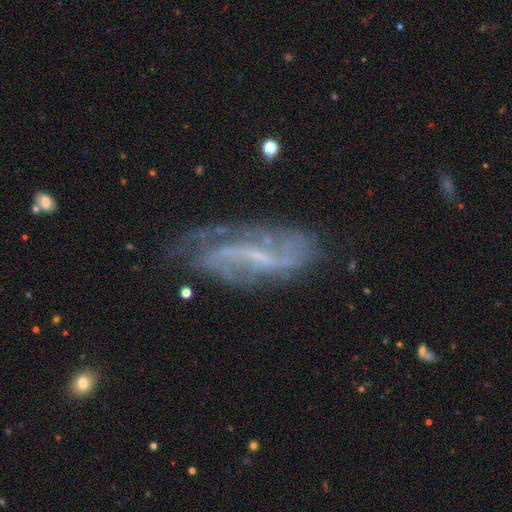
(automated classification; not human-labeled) A featured or disk galaxy (78%) with a weak bar (42%), 2 (52%) loose (40%) spiral arms (85%) and a small central bulge (46%).

Vote fractions:
- Smooth or featured? featured or disk: 78% / smooth: 13% / star or artifact: 9%
- Edge-on disk? no: 89% / yes: 11%
- Bar? weak: 42% / strong: 33% / no: 25%
- Spiral arms? yes: 85% / no: 15%
- Spiral winding? loose: 40% / medium: 37% / tight: 23%
- Spiral arm count? 2: 52% / can't tell: 28% / 1: 8% / 3: 7% / 4: 3% / more than 4: 3%
- Bulge size? small: 46% / none: 40% / moderate: 11% / large: 1% / dominant: 1%
- Merging? none: 60% / minor disturbance: 23% / major disturbance: 14% / merger: 4%